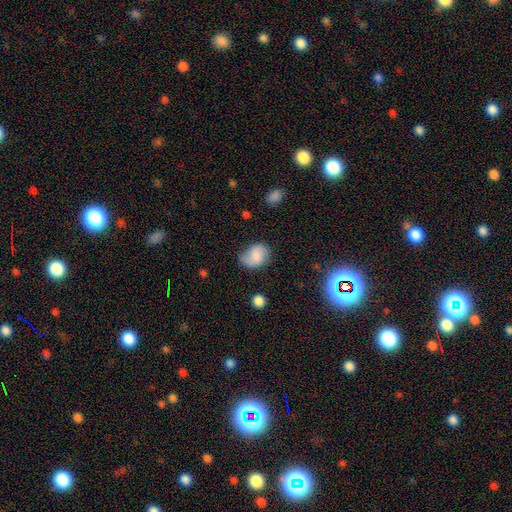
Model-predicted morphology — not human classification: The model was most divided on "merging": none: 58%, minor disturbance: 29%, major disturbance: 10%, merger: 3%. More confident: how rounded — in between (73%); smooth or featured — smooth (69%).